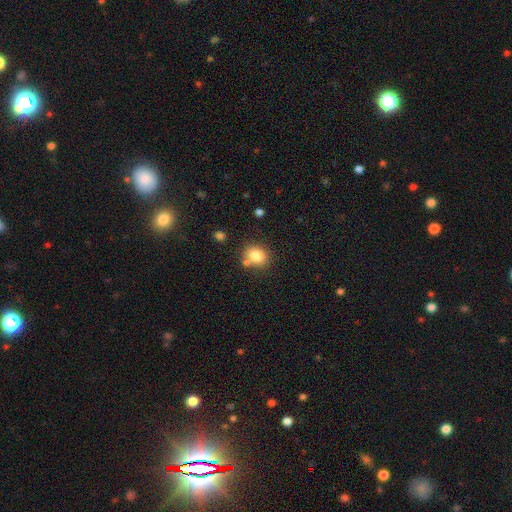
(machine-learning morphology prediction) Smooth or featured? smooth (82%)
How rounded? round (58%)
Merging? none (69%)